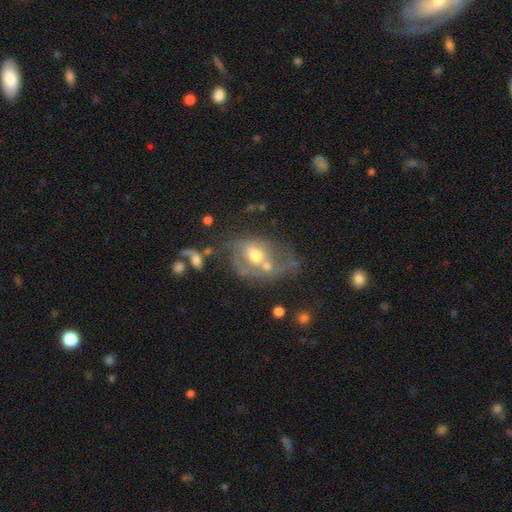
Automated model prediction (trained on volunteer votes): This appears to be a featured or disk galaxy (49%). Merging: merger (33%).